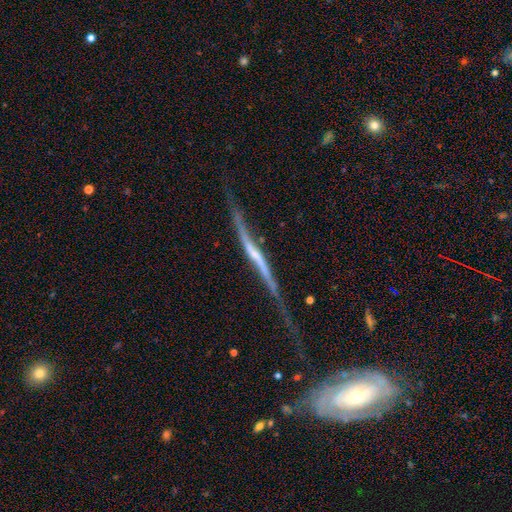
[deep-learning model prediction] smooth_or_featured: featured or disk (p=0.82) [alt: smooth p=0.11]
disk_edge_on: yes (p=0.76) [alt: no p=0.24]
edge_on_bulge: none (p=0.54) [alt: rounded p=0.27]
merging: none (p=0.42) [alt: major disturbance p=0.27]